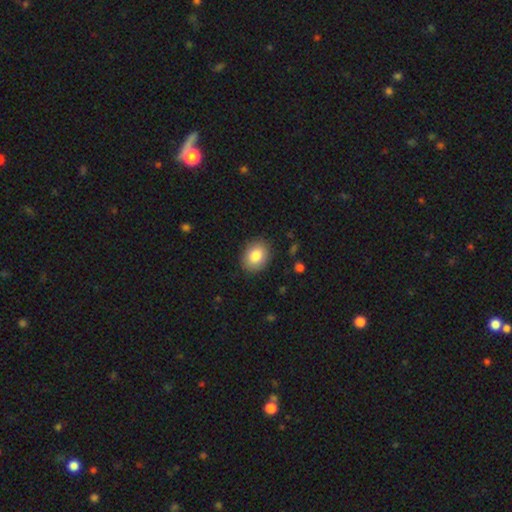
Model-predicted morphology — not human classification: Smooth or featured? smooth (83%)
How rounded? in between (57%)
Merging? none (87%)